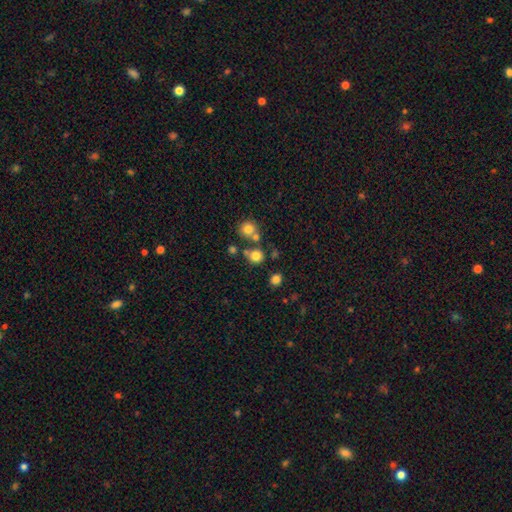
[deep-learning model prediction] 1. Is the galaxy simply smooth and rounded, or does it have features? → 77% smooth, 15% star or artifact, 8% featured or disk.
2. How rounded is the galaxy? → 87% round, 12% in between, 1% cigar-shaped.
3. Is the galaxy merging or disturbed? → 67% none, 20% merger, 9% minor disturbance, 4% major disturbance.